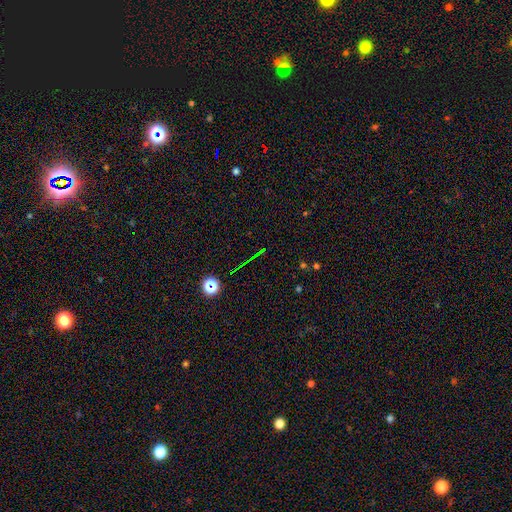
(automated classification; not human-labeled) Q: Smooth or featured?
A: star or artifact (72%); runner-up: smooth (15%)